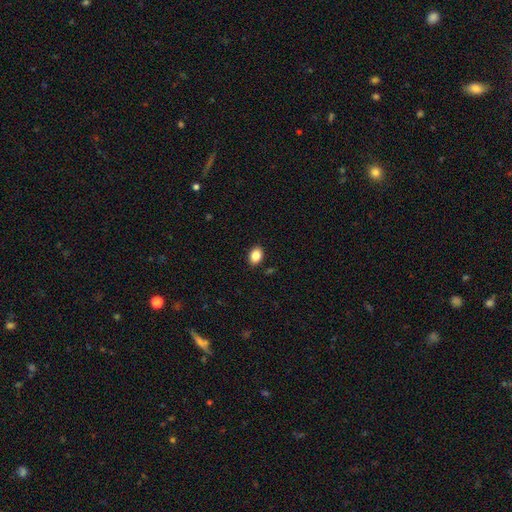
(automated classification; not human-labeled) Smooth or featured: smooth — 86% (star or artifact — 9%)
How rounded: in between — 77% (round — 22%)
Merging: none — 88% (minor disturbance — 8%)